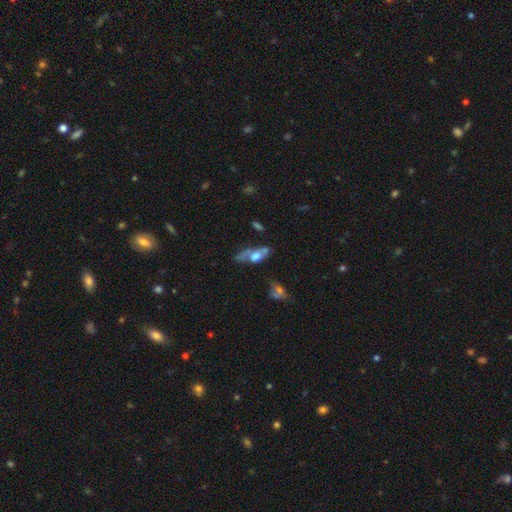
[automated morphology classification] Q: Smooth or featured?
A: smooth (46%); runner-up: featured or disk (44%)
Q: Merging?
A: none (35%); runner-up: major disturbance (25%)